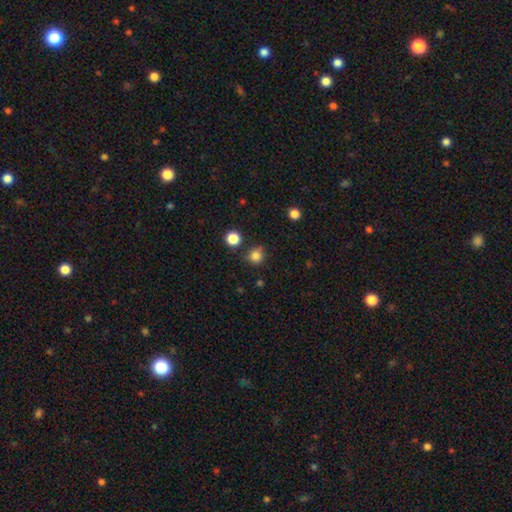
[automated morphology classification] Smooth or featured? smooth (81%)
How rounded? round (88%)
Merging? none (75%)